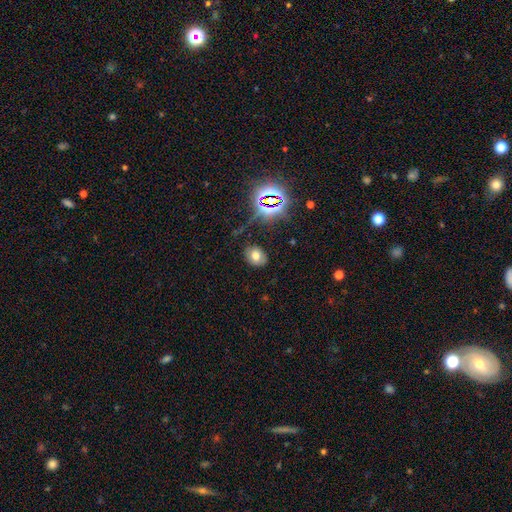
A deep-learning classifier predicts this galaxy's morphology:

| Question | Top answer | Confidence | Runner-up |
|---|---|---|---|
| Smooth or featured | smooth | 66% | star or artifact (21%) |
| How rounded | in between | 54% | round (45%) |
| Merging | none | 84% | minor disturbance (11%) |